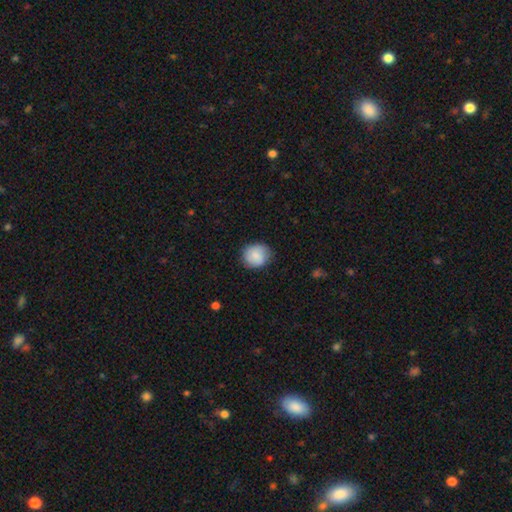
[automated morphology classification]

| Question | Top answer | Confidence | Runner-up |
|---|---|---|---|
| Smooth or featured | smooth | 84% | featured or disk (9%) |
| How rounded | round | 83% | in between (16%) |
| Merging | none | 82% | minor disturbance (14%) |